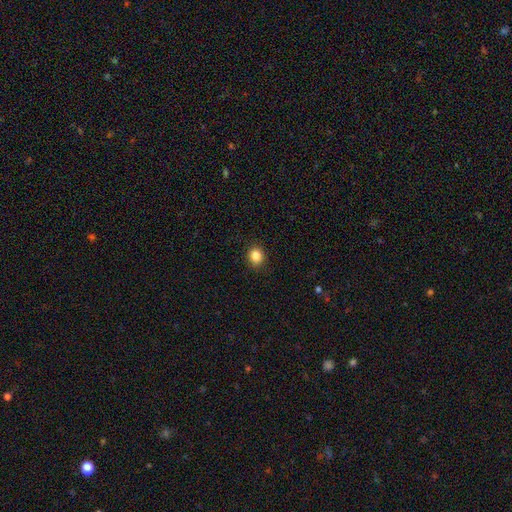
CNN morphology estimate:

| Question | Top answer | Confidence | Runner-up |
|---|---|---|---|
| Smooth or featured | smooth | 86% | star or artifact (10%) |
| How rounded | round | 66% | in between (33%) |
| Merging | none | 90% | minor disturbance (7%) |